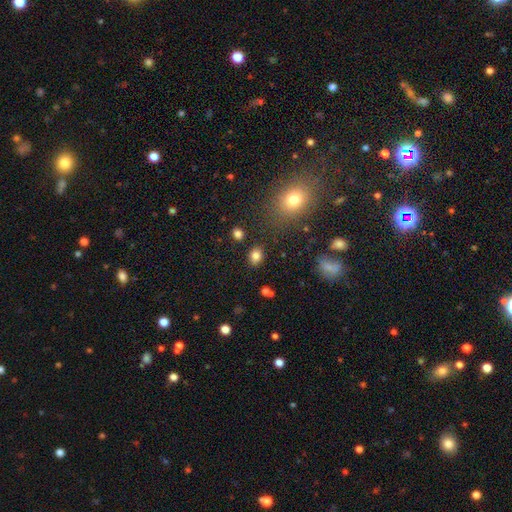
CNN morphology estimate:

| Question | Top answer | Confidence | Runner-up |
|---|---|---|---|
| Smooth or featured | smooth | 82% | star or artifact (12%) |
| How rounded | in between | 54% | round (44%) |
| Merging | none | 85% | minor disturbance (9%) |